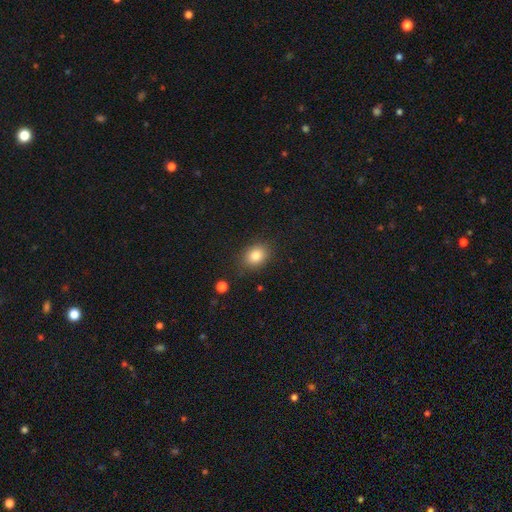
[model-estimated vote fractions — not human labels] The model was most divided on "how rounded": in between: 60%, round: 39%, cigar-shaped: 1%. More confident: merging — none (83%); smooth or featured — smooth (83%).